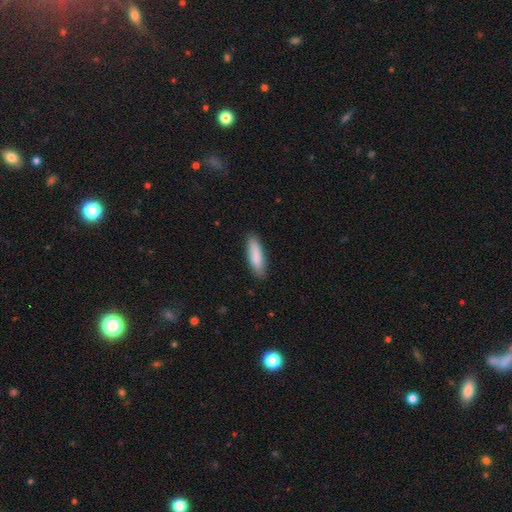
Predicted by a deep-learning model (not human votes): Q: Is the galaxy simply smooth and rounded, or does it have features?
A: smooth — 85%.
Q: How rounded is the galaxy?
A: cigar-shaped — 58%.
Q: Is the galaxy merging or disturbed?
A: none — 84%.